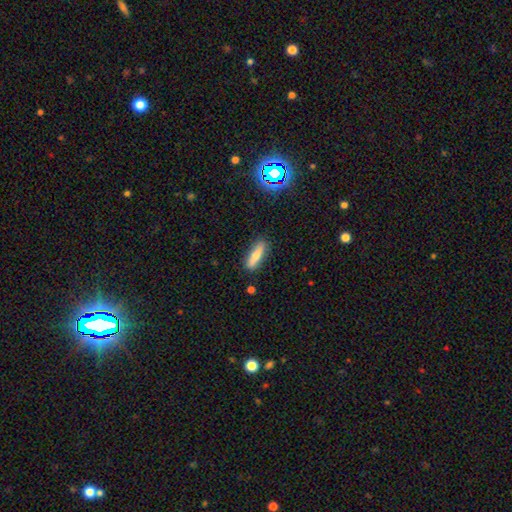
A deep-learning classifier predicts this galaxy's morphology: type=smooth (67%); roundness=cigar-shaped (65%); merging=none (86%).